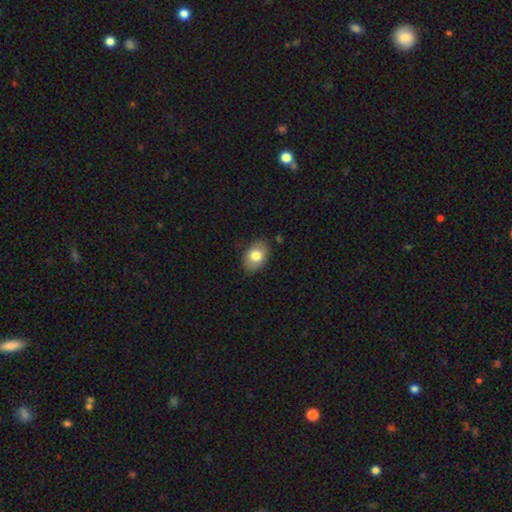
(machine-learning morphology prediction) smooth-or-featured: smooth: 79% | featured or disk: 13% | star or artifact: 8%
  how-rounded: in between: 80% | round: 19% | cigar-shaped: 1%
  merging: none: 82% | minor disturbance: 14% | major disturbance: 3% | merger: 1%